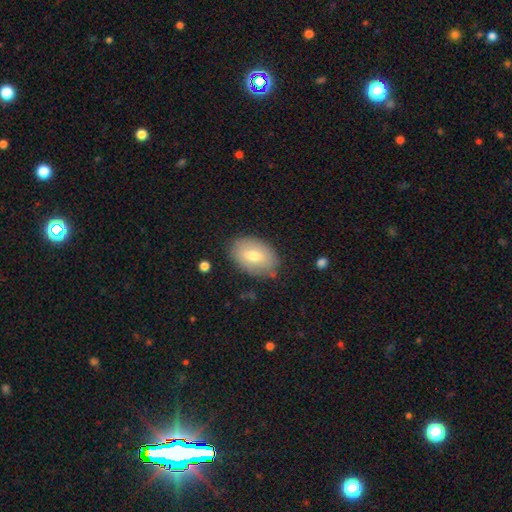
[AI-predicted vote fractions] Smooth or featured? smooth (70%)
How rounded? in between (90%)
Merging? none (78%)